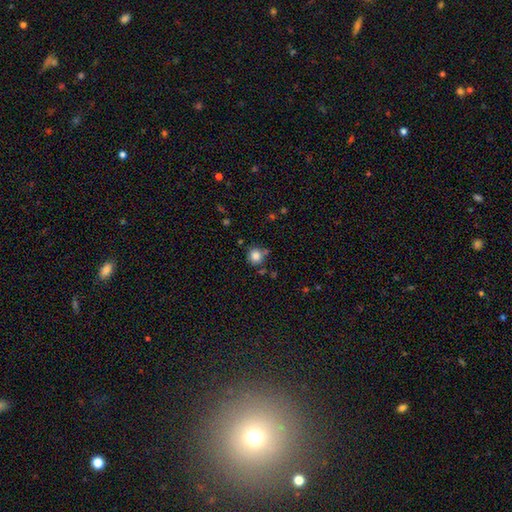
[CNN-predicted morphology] The model was most divided on "merging": none: 76%, minor disturbance: 13%, merger: 8%, major disturbance: 4%. More confident: how rounded — round (91%); smooth or featured — smooth (84%).